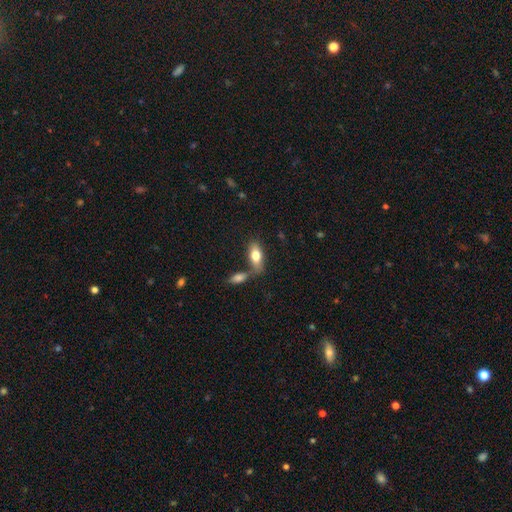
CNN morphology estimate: This appears to be a smooth galaxy with no disk features (76%) that is in between round and cigar-shaped (84%). Merging: none (56%).